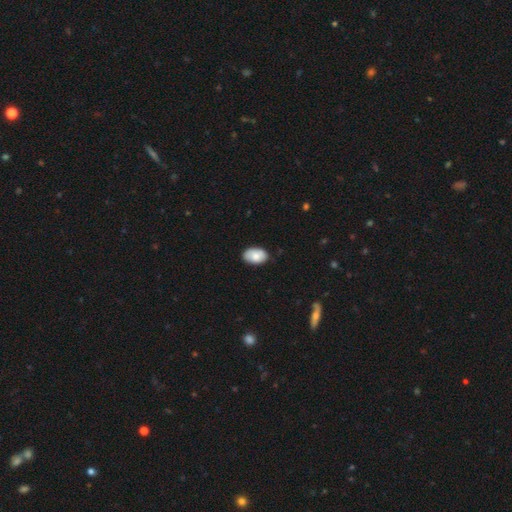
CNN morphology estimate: Smooth or featured?
  - smooth: 81% *
  - featured or disk: 13%
  - star or artifact: 7%
How rounded?
  - in between: 92% *
  - round: 7%
  - cigar-shaped: 1%
Merging?
  - none: 83% *
  - minor disturbance: 14%
  - major disturbance: 2%
  - merger: 1%